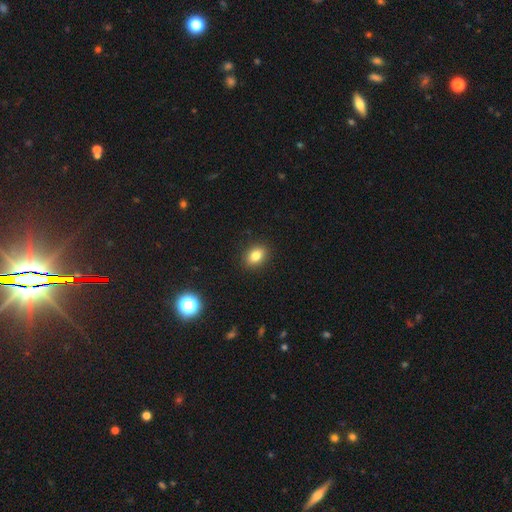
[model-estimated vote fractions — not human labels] Smooth or featured?
  - smooth: 82% *
  - star or artifact: 11%
  - featured or disk: 7%
How rounded?
  - in between: 64% *
  - round: 35%
  - cigar-shaped: 1%
Merging?
  - none: 90% *
  - minor disturbance: 7%
  - major disturbance: 2%
  - merger: 1%